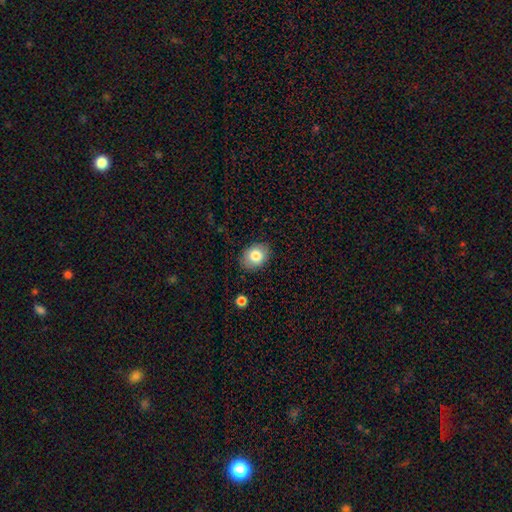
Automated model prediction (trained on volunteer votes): smooth 80%, featured or disk 11%, star or artifact 8%. Down the decision tree: how rounded — in between (65%); merging — none (85%).